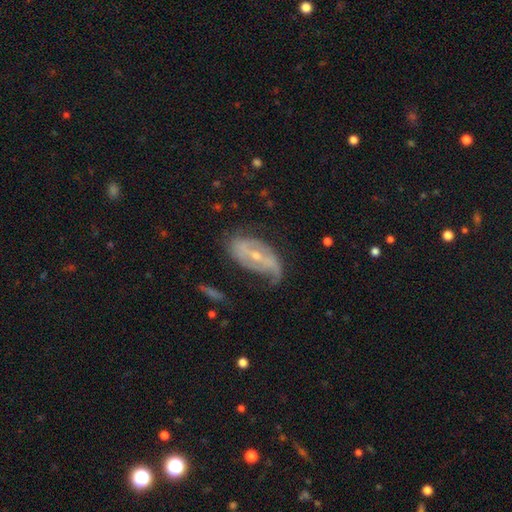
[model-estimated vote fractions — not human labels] A featured or disk galaxy (78%) with a weak bar (41%), 2 (59%) medium (39%) spiral arms (87%) and a small central bulge (59%). Merging: none (52%).